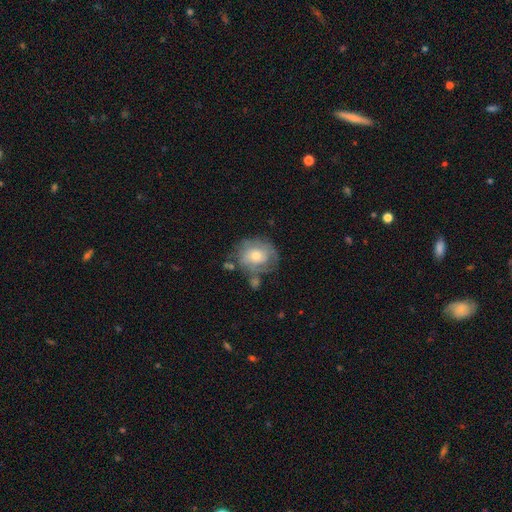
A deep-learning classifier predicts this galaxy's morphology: smooth_or_featured: featured or disk (p=0.52) [alt: smooth p=0.40]
disk_edge_on: no (p=0.96) [alt: yes p=0.04]
bar: no (p=0.79) [alt: weak p=0.17]
has_spiral_arms: yes (p=0.64) [alt: no p=0.36]
bulge_size: moderate (p=0.62) [alt: small p=0.28]
merging: none (p=0.57) [alt: minor disturbance p=0.23]